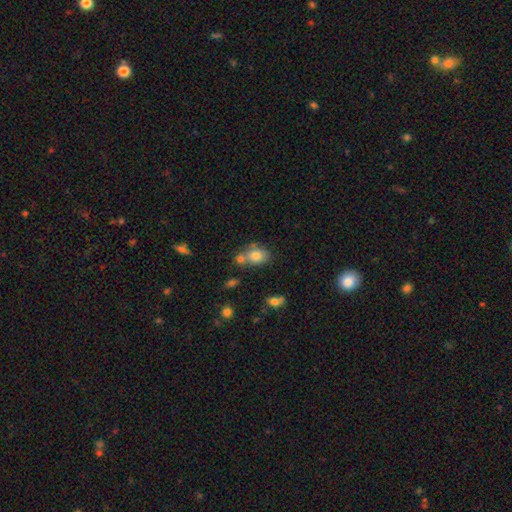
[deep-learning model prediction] Smooth or featured? Predicted: smooth (p=0.77). How rounded? Predicted: in between (p=0.60). Merging? Predicted: none (p=0.51).